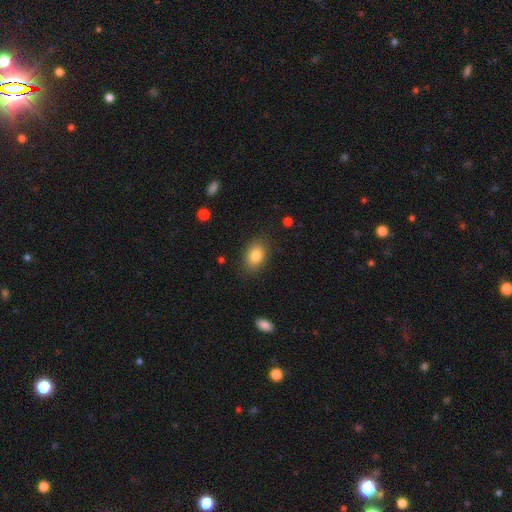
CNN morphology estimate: The model was most divided on "how rounded": in between: 82%, round: 17%, cigar-shaped: 1%. More confident: smooth or featured — smooth (84%); merging — none (84%).